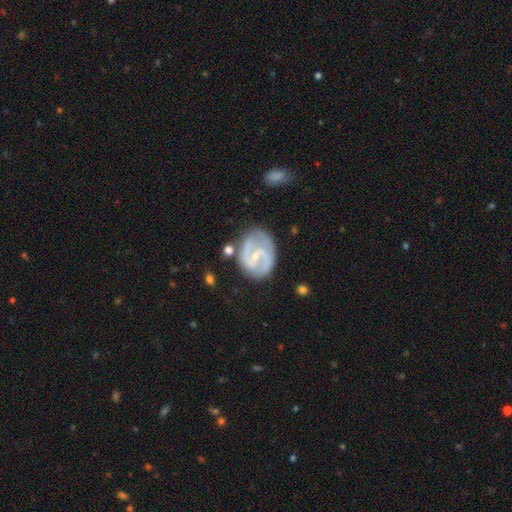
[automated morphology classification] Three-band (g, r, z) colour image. It shows a featured or disk galaxy (84%) with a weak bar (50%), 2 (85%) medium (53%) spiral arms (93%) and a small central bulge (71%). Merging: none (67%).